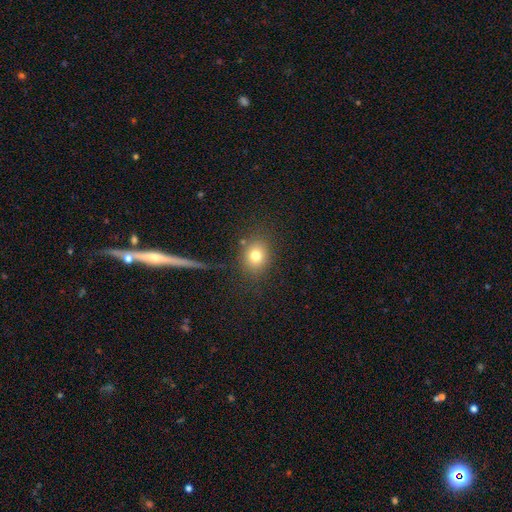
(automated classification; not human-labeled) Morphology: type=smooth (77%); roundness=round (72%); merging=none (80%).